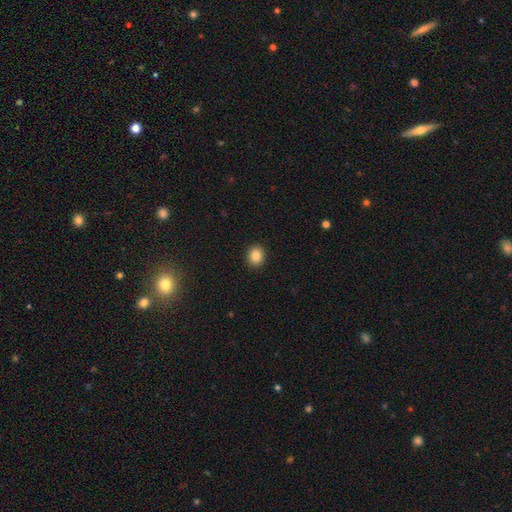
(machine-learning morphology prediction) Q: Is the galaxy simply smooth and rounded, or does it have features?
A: smooth — 86%.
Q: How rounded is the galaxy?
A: round — 66%.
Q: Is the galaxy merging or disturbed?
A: none — 92%.